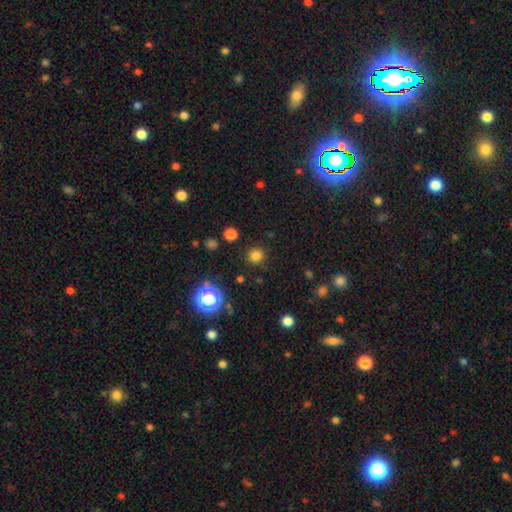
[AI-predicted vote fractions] smooth-or-featured: smooth: 79% | star or artifact: 17% | featured or disk: 4%
  how-rounded: round: 93% | in between: 6% | cigar-shaped: 1%
  merging: none: 89% | minor disturbance: 6% | major disturbance: 3% | merger: 2%